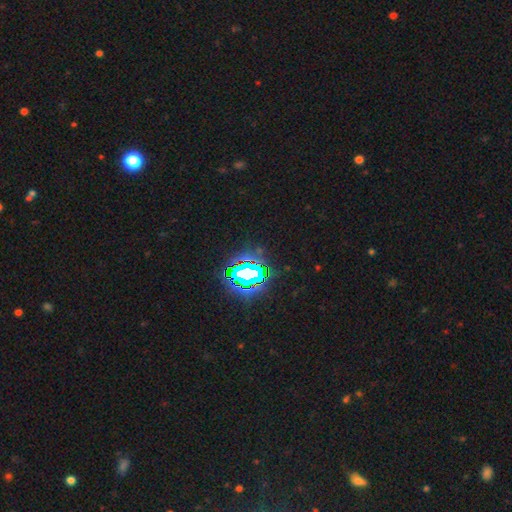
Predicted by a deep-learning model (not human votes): Q: Smooth or featured?
A: star or artifact (80%); runner-up: smooth (13%)